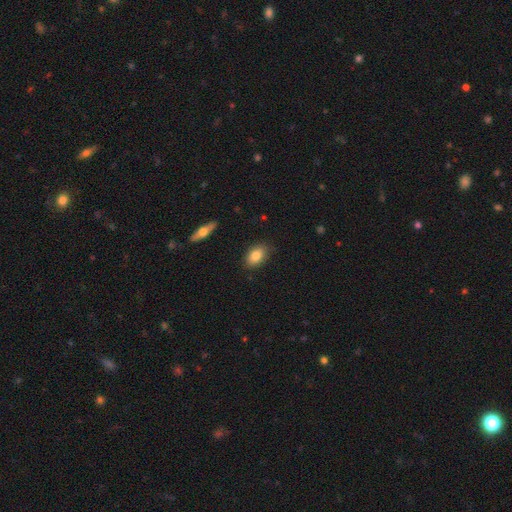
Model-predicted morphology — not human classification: Overall: smooth (82%). How rounded: in between (85%). Merging: none (84%).